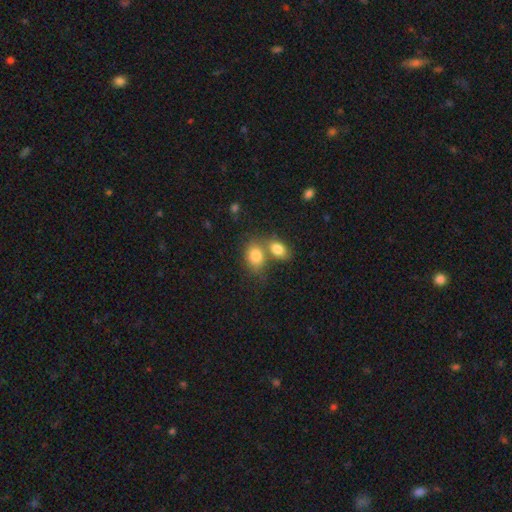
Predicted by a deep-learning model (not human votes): smooth 82%, featured or disk 10%, star or artifact 9%. Down the decision tree: how rounded — in between (73%); merging — merger (49%).